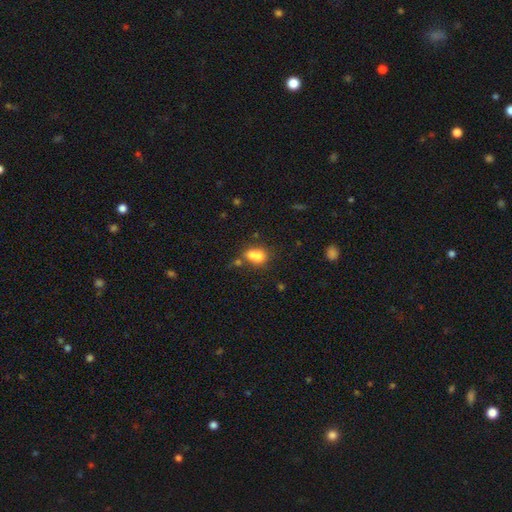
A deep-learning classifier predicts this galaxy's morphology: Smooth or featured: smooth — 74% (featured or disk — 14%)
How rounded: in between — 72% (round — 24%)
Merging: merger — 46% (none — 33%)